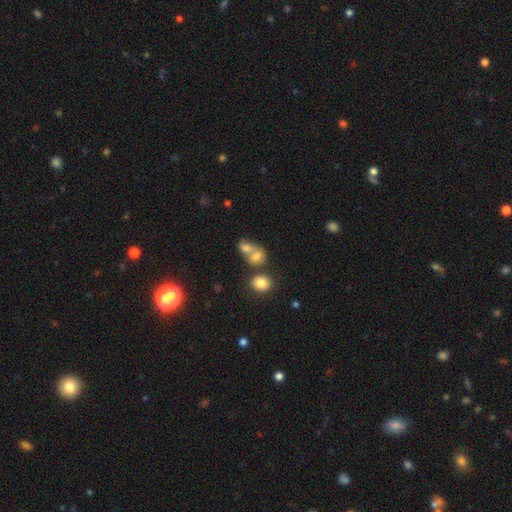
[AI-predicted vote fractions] This is likely a smooth galaxy (72%). How rounded: likely in between (65%). Merging: possibly merger (59%).